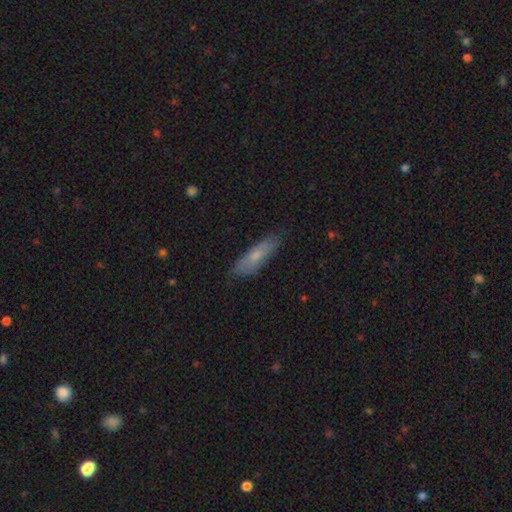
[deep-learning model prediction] Smooth or featured: smooth — 66% (featured or disk — 27%)
How rounded: cigar-shaped — 59% (in between — 39%)
Merging: none — 80% (minor disturbance — 16%)